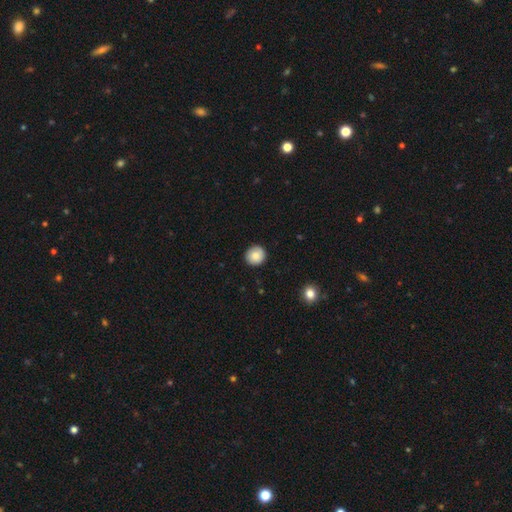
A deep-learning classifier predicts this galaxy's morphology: Smooth or featured: smooth — 84% (star or artifact — 8%)
How rounded: round — 92% (in between — 7%)
Merging: none — 91% (minor disturbance — 7%)